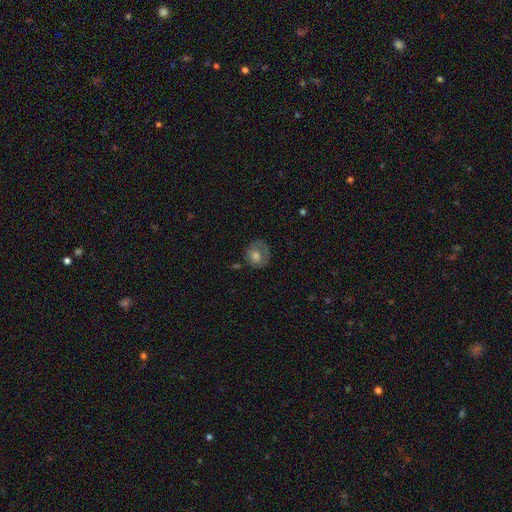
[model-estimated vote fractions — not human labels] A smooth galaxy with no disk features (60%) that is round (76%). Merging: none (63%).